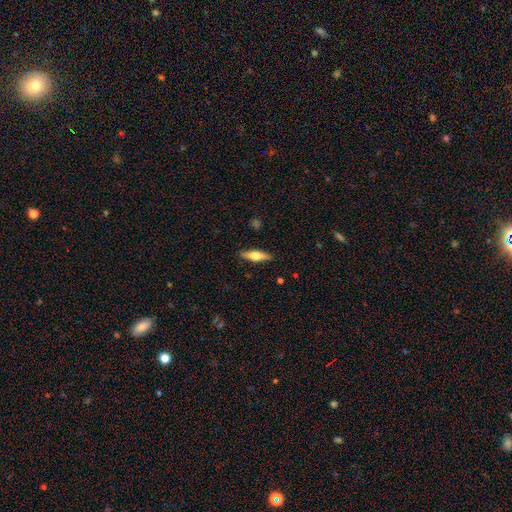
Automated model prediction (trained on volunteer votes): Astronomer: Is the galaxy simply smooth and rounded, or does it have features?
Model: smooth — 48% (runner-up: featured or disk, 46%).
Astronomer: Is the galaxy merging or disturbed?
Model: none — 89%.